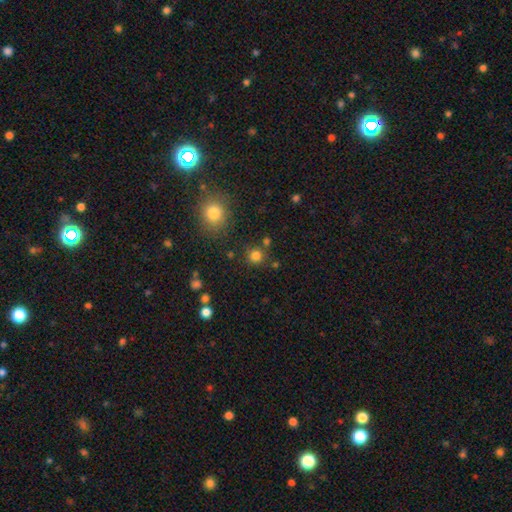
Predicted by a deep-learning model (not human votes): This appears to be a smooth galaxy with no disk features (80%) that is round (92%). Merging: none (80%).